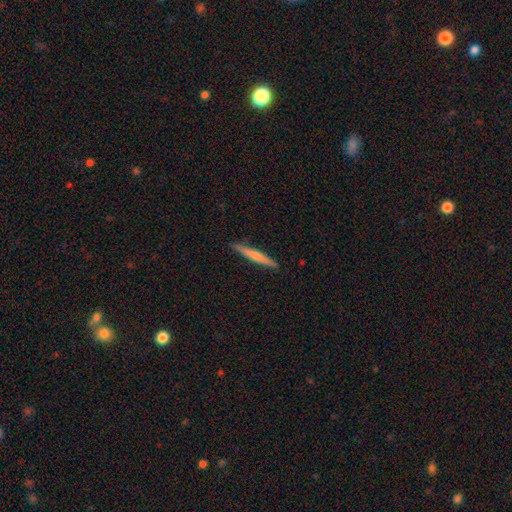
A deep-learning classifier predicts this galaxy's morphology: A smooth galaxy with no disk features (54%) that is cigar-shaped (95%).

Vote fractions:
- Smooth or featured? smooth: 54% / featured or disk: 41% / star or artifact: 5%
- How rounded? cigar-shaped: 95% / in between: 3% / round: 1%
- Merging? none: 91% / minor disturbance: 7% / major disturbance: 1% / merger: 1%